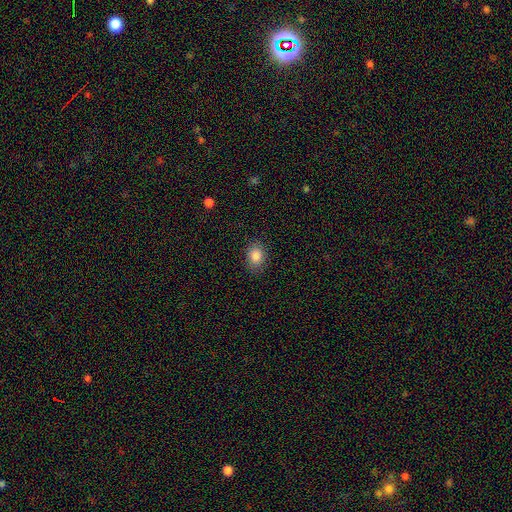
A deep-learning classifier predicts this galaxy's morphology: Smooth or featured?
  - smooth: 86% *
  - star or artifact: 9%
  - featured or disk: 5%
How rounded?
  - in between: 63% *
  - round: 36%
  - cigar-shaped: 1%
Merging?
  - none: 84% *
  - minor disturbance: 12%
  - major disturbance: 3%
  - merger: 1%